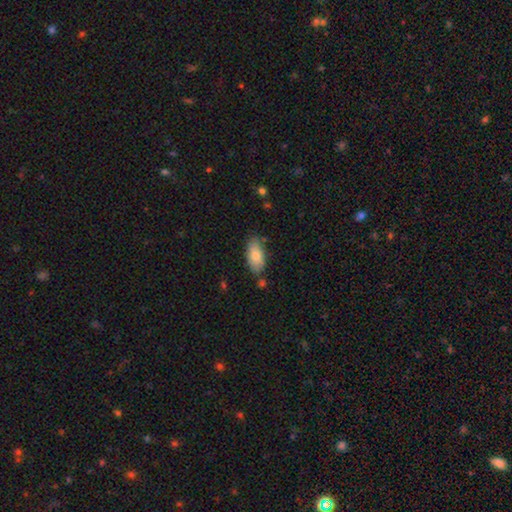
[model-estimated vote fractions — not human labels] A smooth galaxy with no disk features (79%) that is in between round and cigar-shaped (90%).

Vote fractions:
- Smooth or featured? smooth: 79% / featured or disk: 15% / star or artifact: 6%
- How rounded? in between: 90% / cigar-shaped: 7% / round: 3%
- Merging? none: 76% / minor disturbance: 17% / merger: 4% / major disturbance: 3%